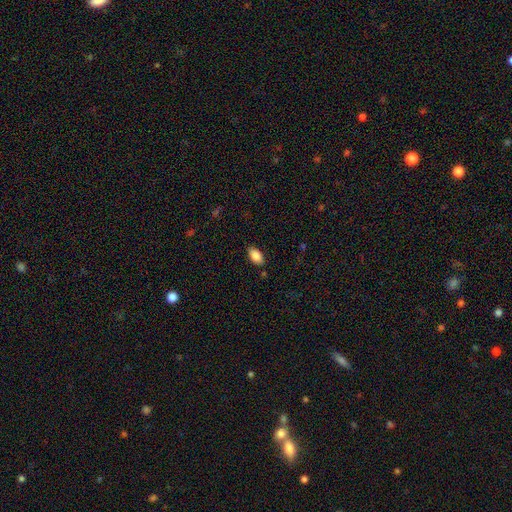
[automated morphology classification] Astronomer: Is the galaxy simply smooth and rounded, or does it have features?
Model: smooth — 87%.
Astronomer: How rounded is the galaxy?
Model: in between — 93%.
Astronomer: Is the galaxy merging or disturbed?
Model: none — 84%.